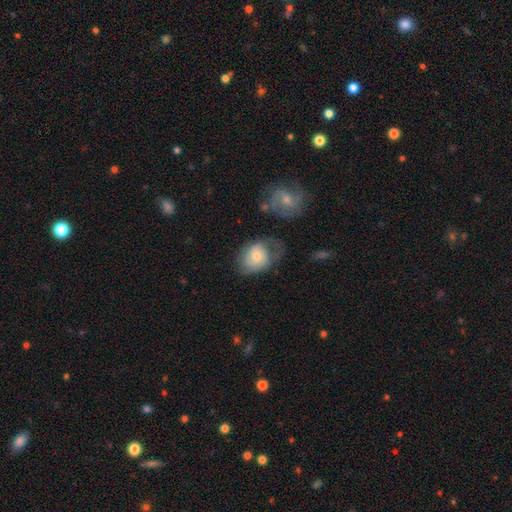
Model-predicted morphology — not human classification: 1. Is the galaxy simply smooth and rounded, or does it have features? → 51% smooth, 41% featured or disk, 8% star or artifact.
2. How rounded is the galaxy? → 61% in between, 38% round, 1% cigar-shaped.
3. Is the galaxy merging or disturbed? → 38% none, 30% minor disturbance, 26% major disturbance, 6% merger.